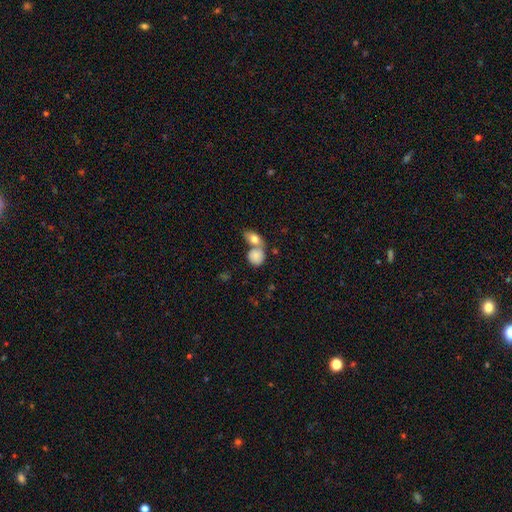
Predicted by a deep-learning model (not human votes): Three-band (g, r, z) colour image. It shows a smooth galaxy with no disk features (82%) that is round (62%). Merging: merger (60%).